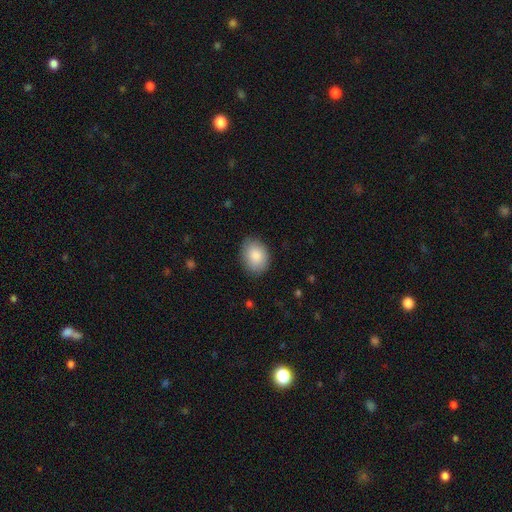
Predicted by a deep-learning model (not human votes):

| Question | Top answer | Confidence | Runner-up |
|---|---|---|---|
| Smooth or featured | smooth | 87% | featured or disk (7%) |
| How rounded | in between | 63% | round (37%) |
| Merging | none | 83% | minor disturbance (13%) |